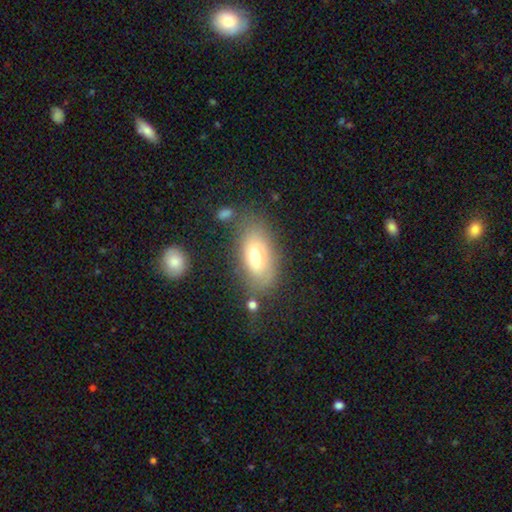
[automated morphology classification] smooth_or_featured: smooth (p=0.65) [alt: featured or disk p=0.26]
how_rounded: in between (p=0.89) [alt: cigar-shaped p=0.06]
merging: none (p=0.67) [alt: minor disturbance p=0.19]